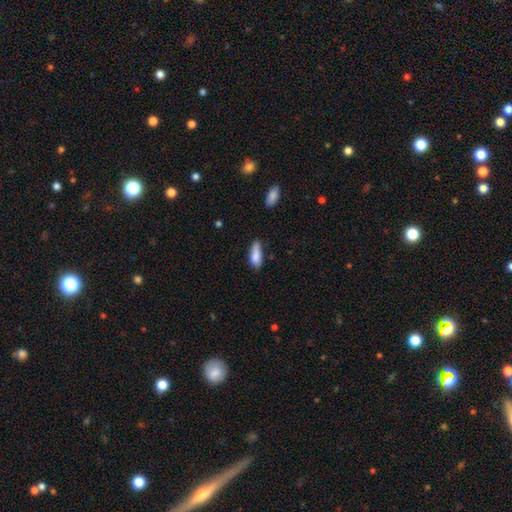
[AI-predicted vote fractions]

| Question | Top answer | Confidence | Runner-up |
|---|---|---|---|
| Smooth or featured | smooth | 83% | featured or disk (10%) |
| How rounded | in between | 72% | cigar-shaped (26%) |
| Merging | none | 56% | minor disturbance (34%) |